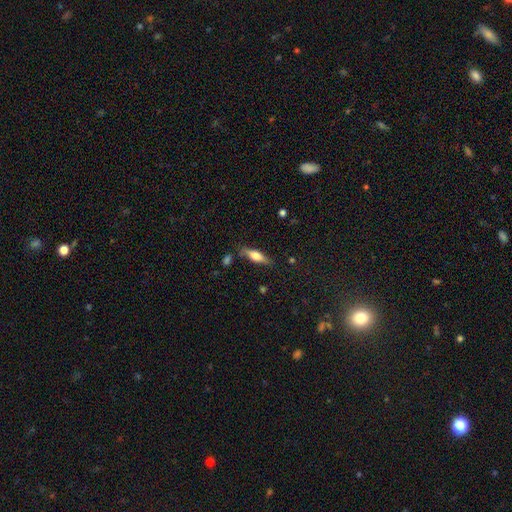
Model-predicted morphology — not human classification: smooth-or-featured: smooth: 57% | featured or disk: 37% | star or artifact: 7%
  how-rounded: cigar-shaped: 55% | in between: 43% | round: 2%
  merging: none: 78% | minor disturbance: 15% | merger: 4% | major disturbance: 4%